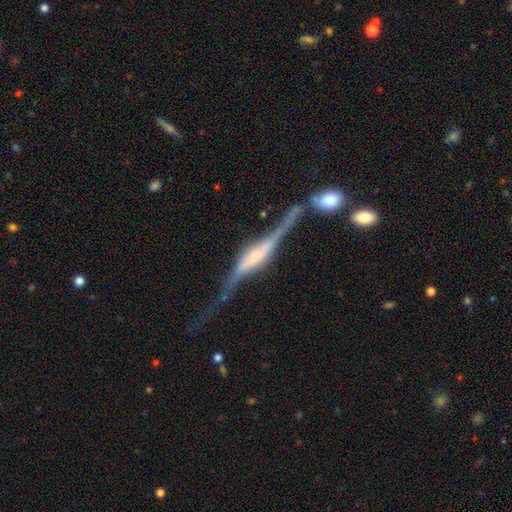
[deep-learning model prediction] The model was most divided on "edge-on bulge": rounded: 50%, boxy: 41%, none: 9%. Remaining: edge-on disk — yes (87%); smooth or featured — featured or disk (84%); merging — none (41%).